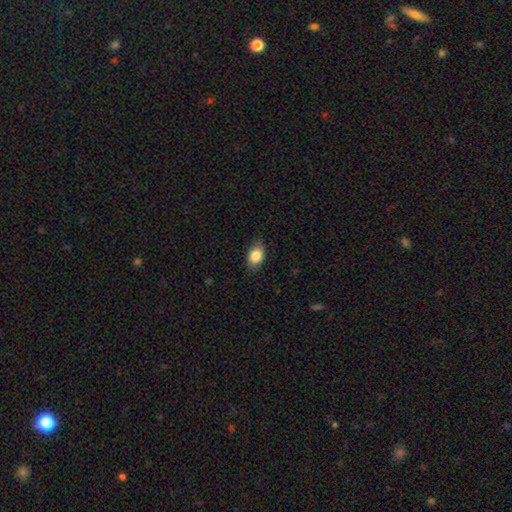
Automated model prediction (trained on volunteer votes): Smooth or featured: smooth — 84% (featured or disk — 8%)
How rounded: in between — 85% (round — 14%)
Merging: none — 81% (minor disturbance — 15%)